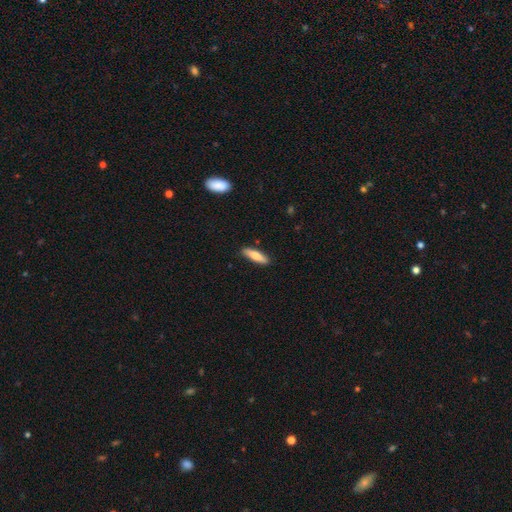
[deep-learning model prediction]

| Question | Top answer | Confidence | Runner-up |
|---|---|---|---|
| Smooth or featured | smooth | 73% | featured or disk (21%) |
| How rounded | cigar-shaped | 70% | in between (29%) |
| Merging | none | 89% | minor disturbance (8%) |